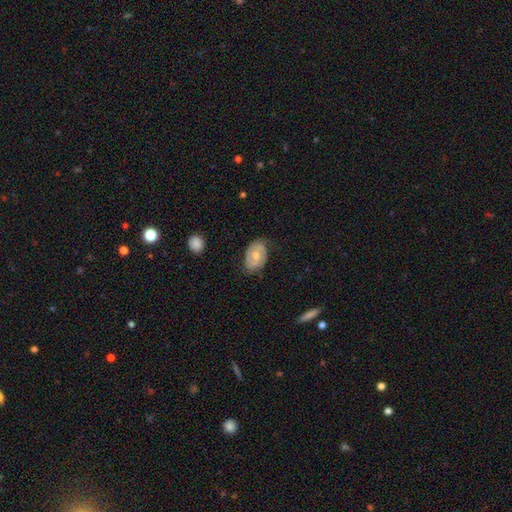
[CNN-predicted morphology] A featured or disk galaxy (50%). Merging: none (70%).